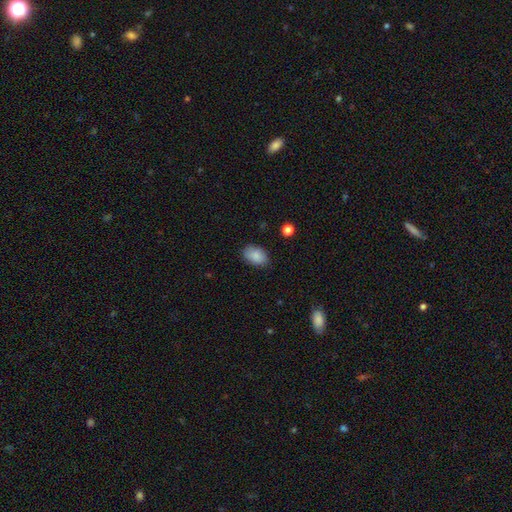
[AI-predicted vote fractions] Smooth or featured? Predicted: smooth (p=0.87). How rounded? Predicted: in between (p=0.86). Merging? Predicted: none (p=0.80).